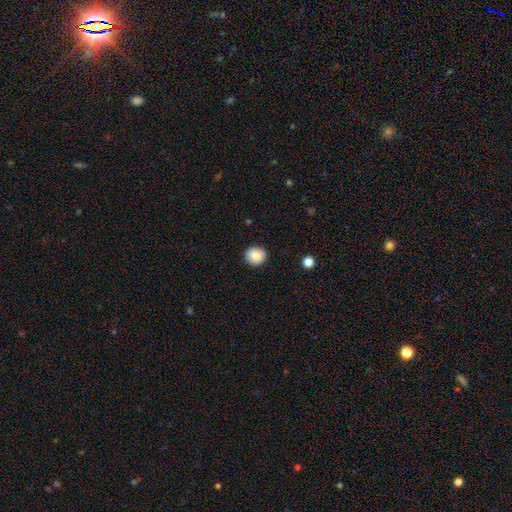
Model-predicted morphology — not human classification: Smooth or featured?
  - smooth: 81% *
  - featured or disk: 11%
  - star or artifact: 8%
How rounded?
  - round: 82% *
  - in between: 17%
  - cigar-shaped: 1%
Merging?
  - none: 90% *
  - minor disturbance: 7%
  - major disturbance: 2%
  - merger: 1%